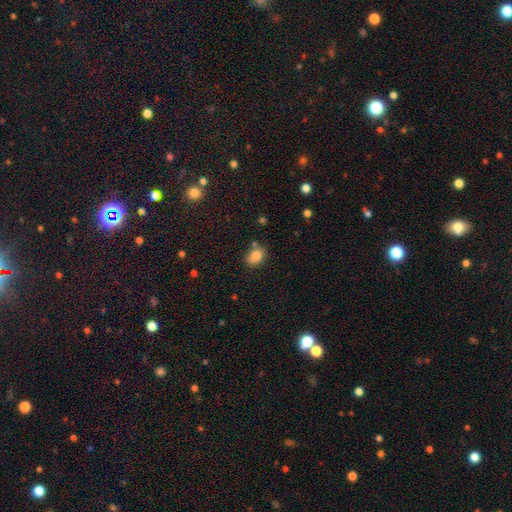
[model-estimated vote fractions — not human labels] Smooth or featured: smooth — 84% (star or artifact — 10%)
How rounded: in between — 67% (round — 32%)
Merging: none — 74% (minor disturbance — 15%)